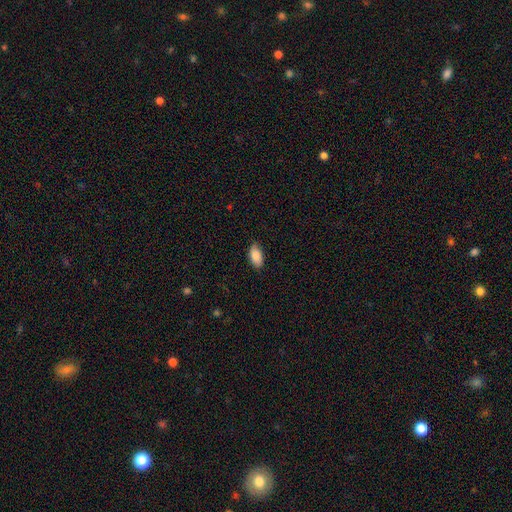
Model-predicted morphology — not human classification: Smooth or featured? smooth (89%)
How rounded? in between (93%)
Merging? none (84%)